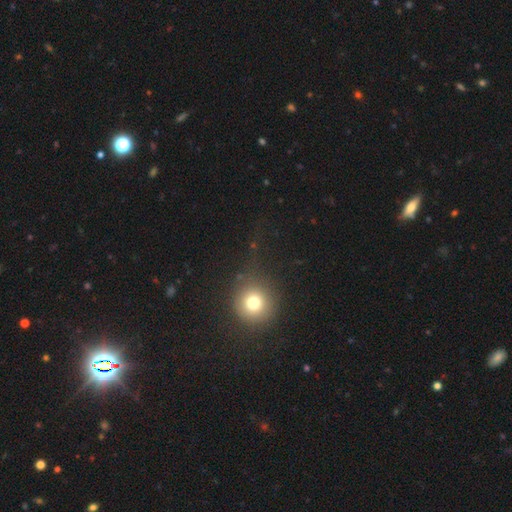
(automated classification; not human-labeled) This appears to be a smooth galaxy with no disk features (57%) that is round (91%). Merging: none (75%).